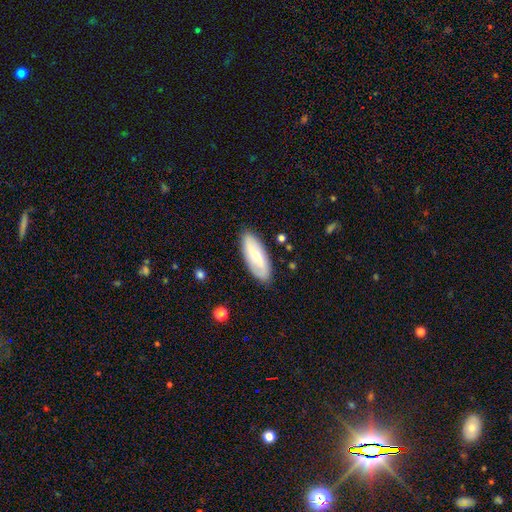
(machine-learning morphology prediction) This appears to be a featured or disk galaxy (49%). Merging: none (86%).